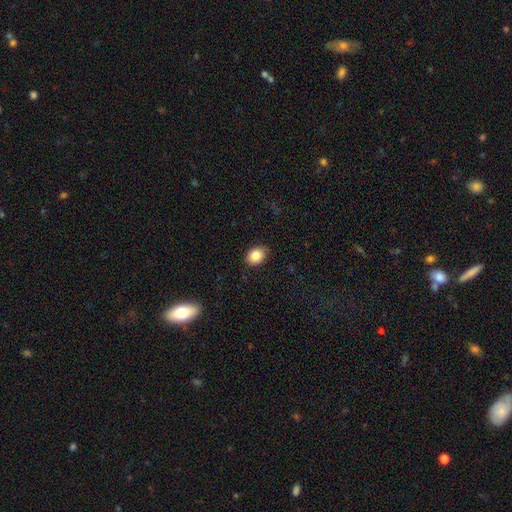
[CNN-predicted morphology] Q: Smooth or featured?
A: smooth (84%); runner-up: star or artifact (9%)
Q: How rounded?
A: in between (56%); runner-up: round (43%)
Q: Merging?
A: none (85%); runner-up: minor disturbance (12%)